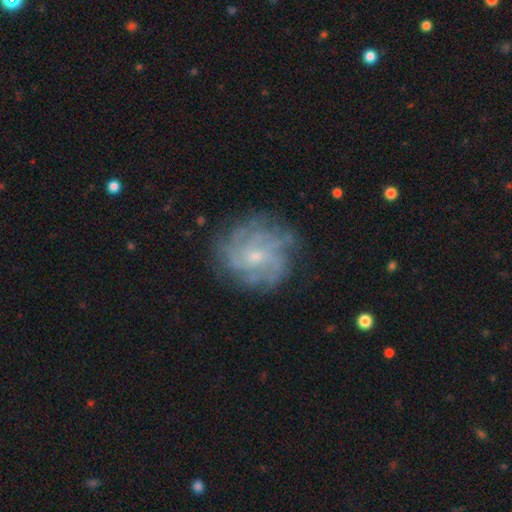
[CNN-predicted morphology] This appears to be a featured or disk galaxy (77%) with no bar (70%), tight (55%) spiral arms (92%) and a small central bulge (74%). Merging: none (77%).